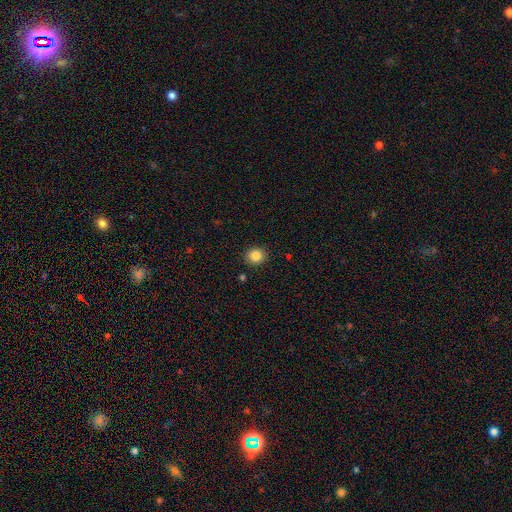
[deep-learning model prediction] Smooth or featured? Predicted: smooth (p=0.84). How rounded? Predicted: round (p=0.81). Merging? Predicted: none (p=0.91).